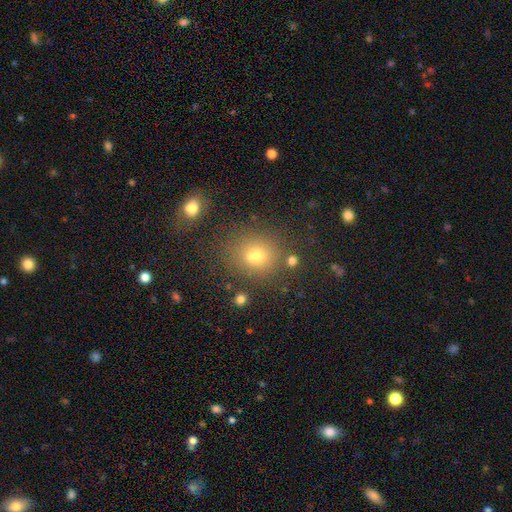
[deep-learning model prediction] Q: Smooth or featured?
A: smooth (69%); runner-up: star or artifact (19%)
Q: How rounded?
A: round (70%); runner-up: in between (29%)
Q: Merging?
A: none (62%); runner-up: merger (22%)